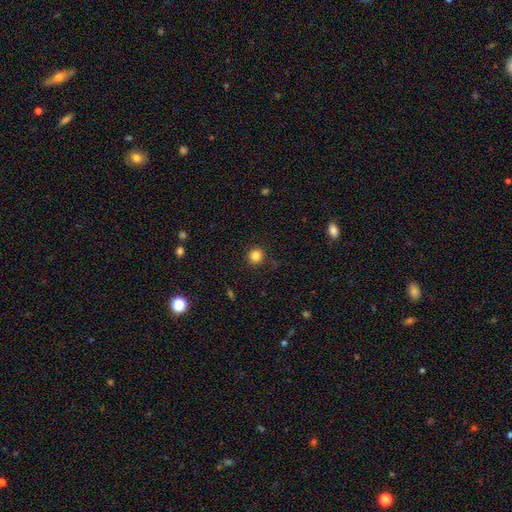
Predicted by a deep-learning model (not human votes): smooth-or-featured: smooth: 83% | star or artifact: 12% | featured or disk: 5%
  how-rounded: round: 93% | in between: 6% | cigar-shaped: 1%
  merging: none: 90% | minor disturbance: 6% | major disturbance: 2% | merger: 1%